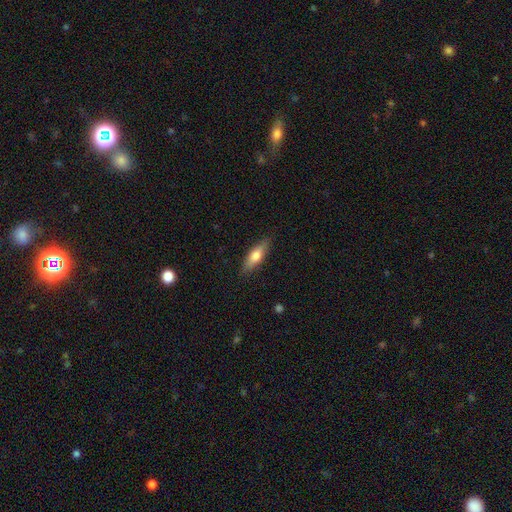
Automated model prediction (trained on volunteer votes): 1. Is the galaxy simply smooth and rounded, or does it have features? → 65% smooth, 29% featured or disk, 6% star or artifact.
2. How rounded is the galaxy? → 49% in between, 48% cigar-shaped, 3% round.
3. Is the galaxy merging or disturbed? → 85% none, 11% minor disturbance, 2% major disturbance, 1% merger.